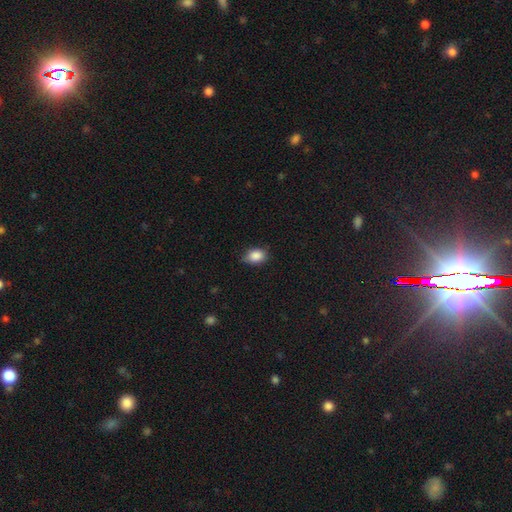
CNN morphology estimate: This is clearly a smooth galaxy (86%). How rounded: likely in between (73%). Merging: likely none (65%).